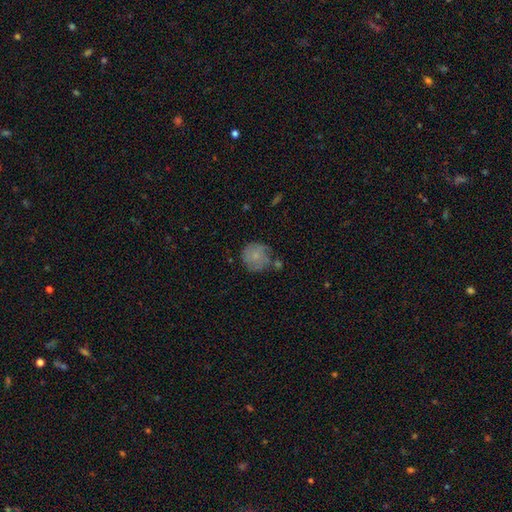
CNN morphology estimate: The model was most divided on "merging": none: 56%, minor disturbance: 26%, merger: 10%, major disturbance: 9%. More confident: how rounded — round (90%); smooth or featured — smooth (73%).